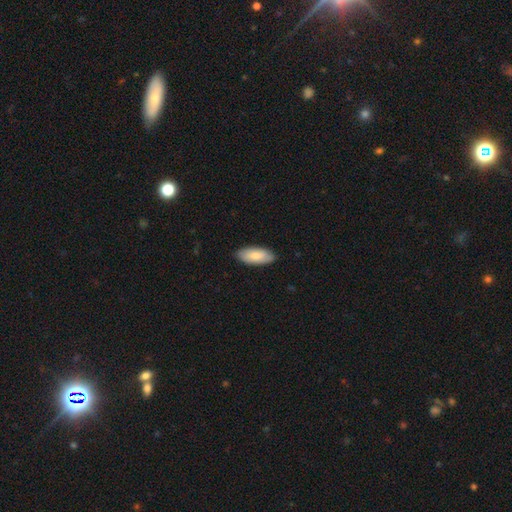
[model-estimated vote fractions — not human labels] This appears to be a smooth galaxy with no disk features (82%) that is in between round and cigar-shaped (84%). Merging: none (87%).